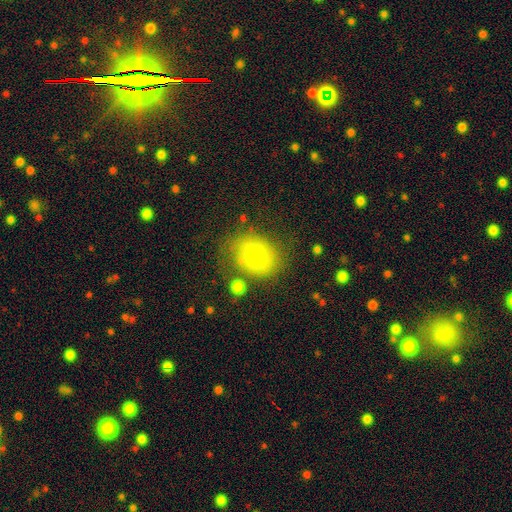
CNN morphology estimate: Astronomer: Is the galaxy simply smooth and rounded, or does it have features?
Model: smooth — 64%.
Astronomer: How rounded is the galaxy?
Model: round — 62% (runner-up: in between, 37%).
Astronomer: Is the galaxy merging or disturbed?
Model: none — 64%.